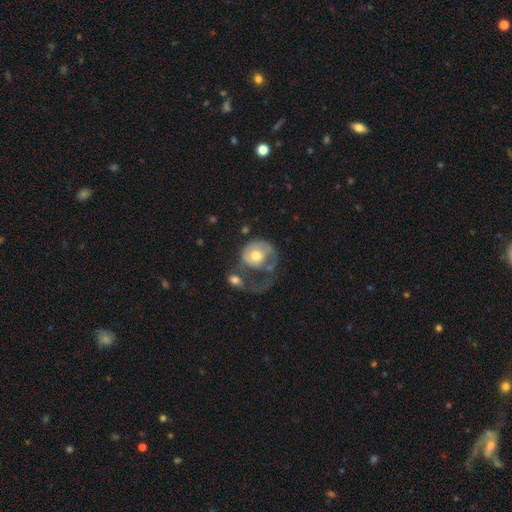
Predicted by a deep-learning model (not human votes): A featured or disk galaxy (51%). Merging: major disturbance (51%).